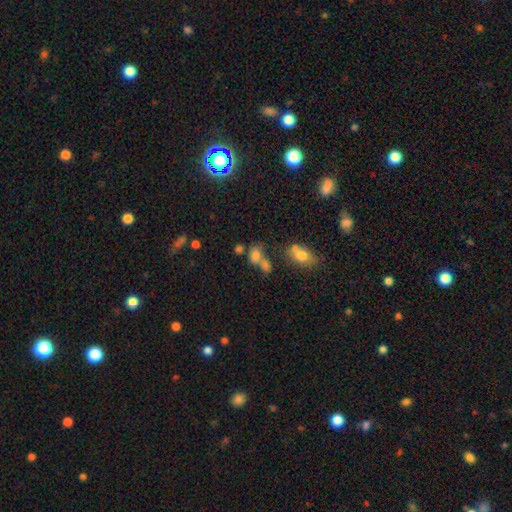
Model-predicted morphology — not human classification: This is likely a smooth galaxy (72%). How rounded: likely in between (65%). Merging: possibly merger (46%).